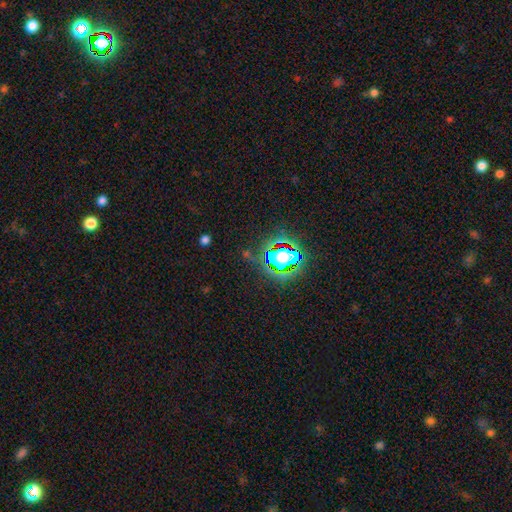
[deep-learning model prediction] A star or artifact, not a galaxy (76%).

Vote fractions:
- Smooth or featured? star or artifact: 76% / smooth: 15% / featured or disk: 9%